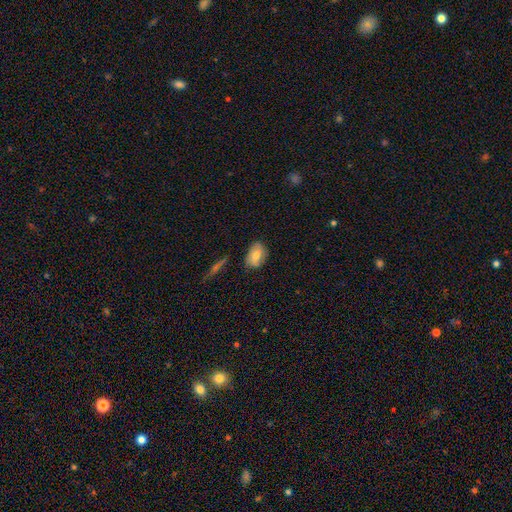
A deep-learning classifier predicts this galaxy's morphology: Overall: smooth (73%). How rounded: in between (85%). Merging: none (72%).